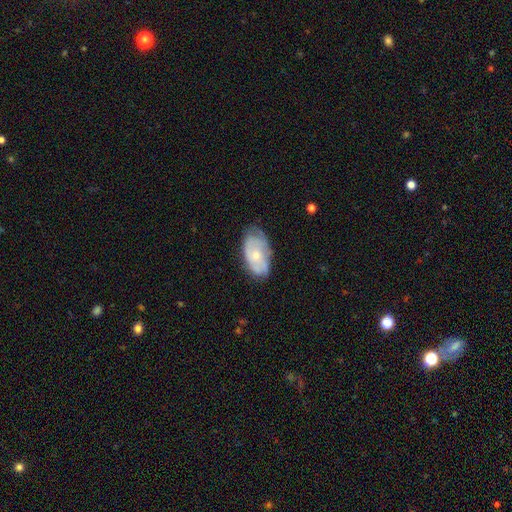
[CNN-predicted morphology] This appears to be a featured or disk galaxy (51%). Merging: none (58%).